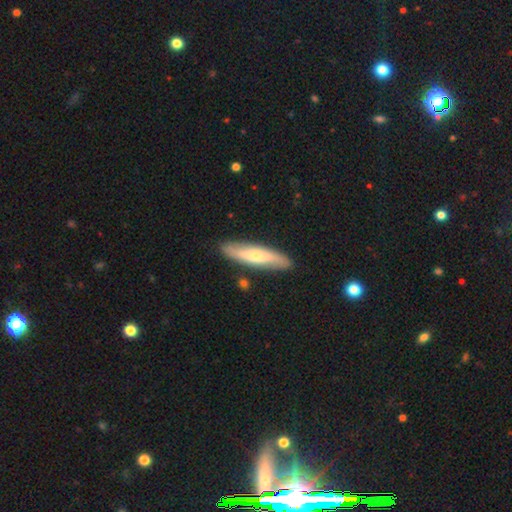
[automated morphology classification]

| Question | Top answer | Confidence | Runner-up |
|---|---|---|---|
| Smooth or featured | smooth | 49% | featured or disk (45%) |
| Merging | none | 86% | minor disturbance (10%) |